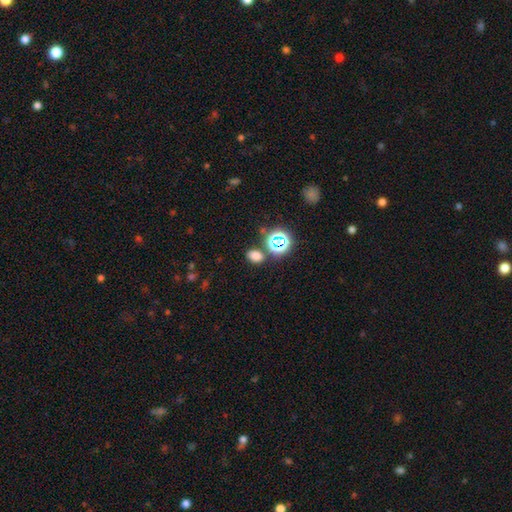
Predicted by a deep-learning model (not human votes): Smooth or featured: smooth — 73% (star or artifact — 22%)
How rounded: in between — 69% (round — 30%)
Merging: none — 79% (minor disturbance — 10%)